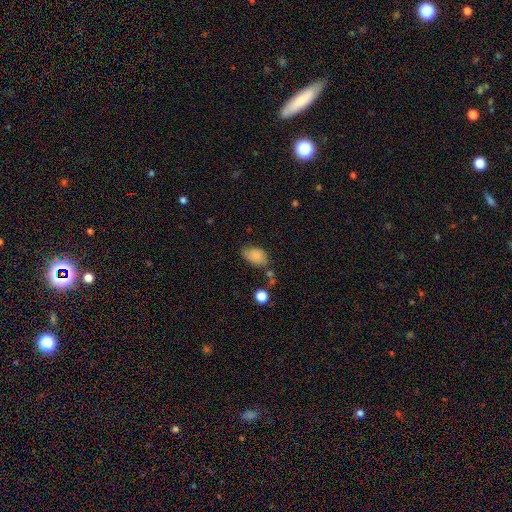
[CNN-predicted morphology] A smooth galaxy with no disk features (80%) that is in between round and cigar-shaped (87%). Merging: none (54%).